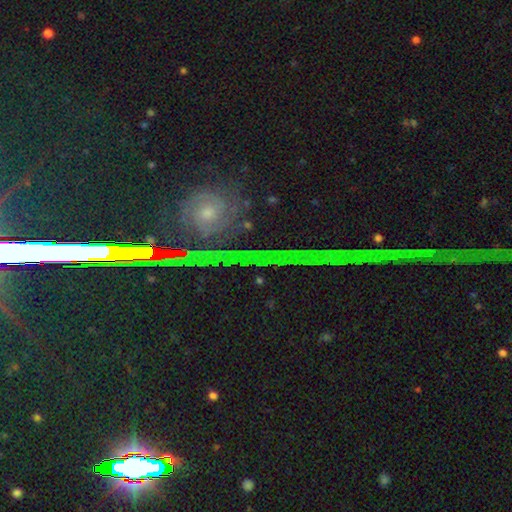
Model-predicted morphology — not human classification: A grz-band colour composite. It shows a featured or disk galaxy (46%). Merging: none (73%).